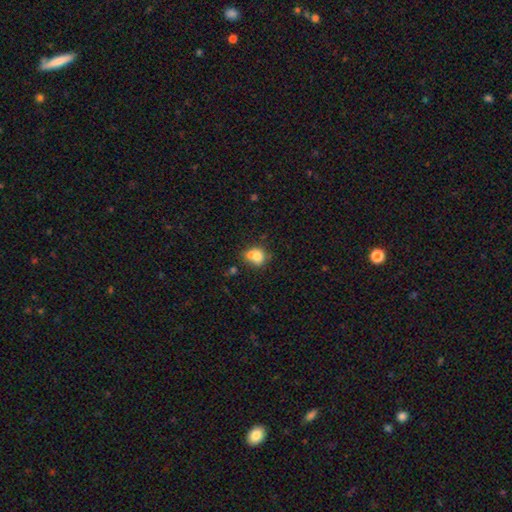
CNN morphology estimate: smooth_or_featured: smooth (p=0.75) [alt: featured or disk p=0.14]
how_rounded: round (p=0.61) [alt: in between p=0.38]
merging: none (p=0.37) [alt: merger p=0.33]